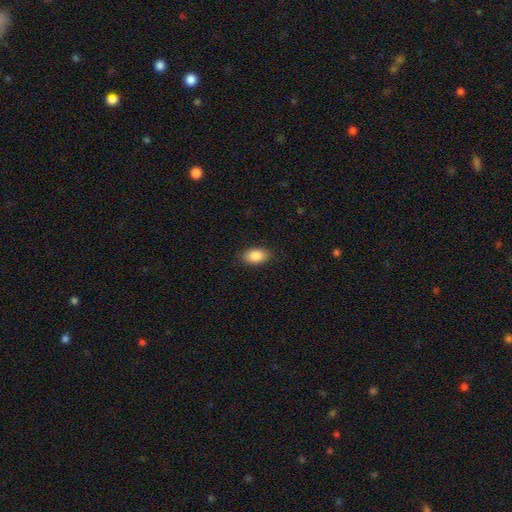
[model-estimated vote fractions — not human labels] A smooth galaxy with no disk features (87%) that is in between round and cigar-shaped (91%). Merging: none (86%).